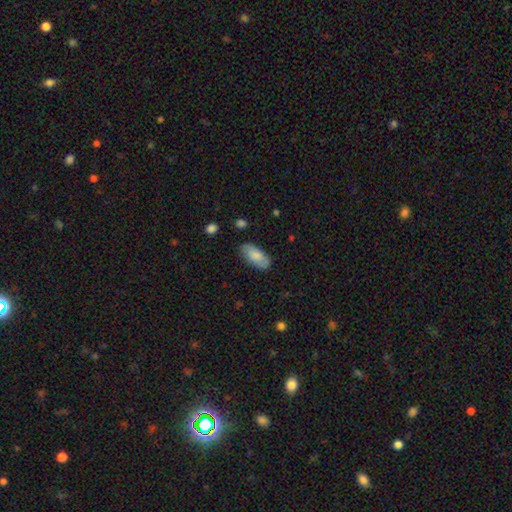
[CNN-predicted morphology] Smooth or featured?
  - smooth: 80% *
  - featured or disk: 14%
  - star or artifact: 6%
How rounded?
  - in between: 90% *
  - cigar-shaped: 7%
  - round: 2%
Merging?
  - none: 79% *
  - minor disturbance: 16%
  - major disturbance: 3%
  - merger: 1%